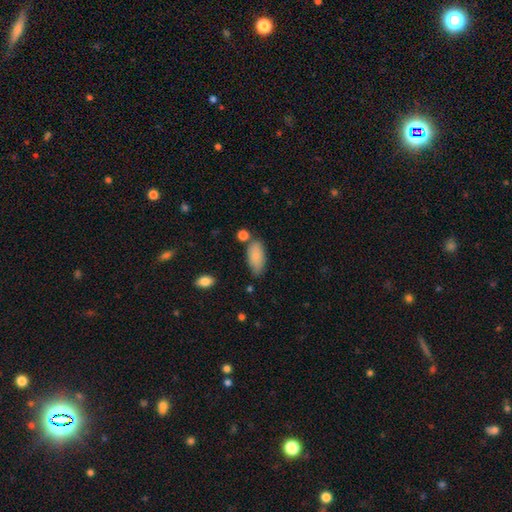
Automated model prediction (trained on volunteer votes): A smooth galaxy with no disk features (82%) that is in between round and cigar-shaped (91%).

Vote fractions:
- Smooth or featured? smooth: 82% / featured or disk: 11% / star or artifact: 7%
- How rounded? in between: 91% / cigar-shaped: 6% / round: 3%
- Merging? none: 62% / minor disturbance: 24% / merger: 9% / major disturbance: 5%